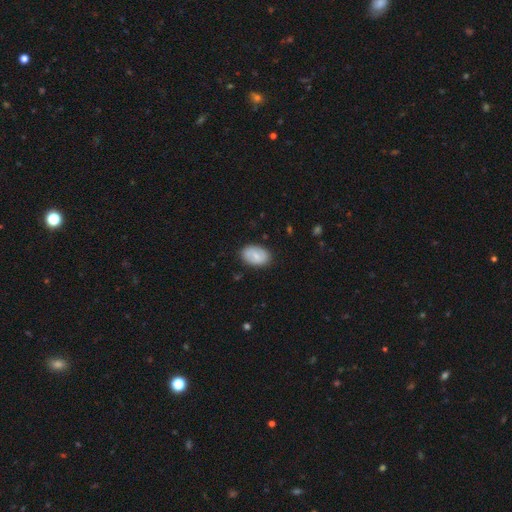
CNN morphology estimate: Smooth or featured: smooth — 62% (featured or disk — 31%)
How rounded: in between — 89% (round — 10%)
Merging: none — 85% (minor disturbance — 11%)